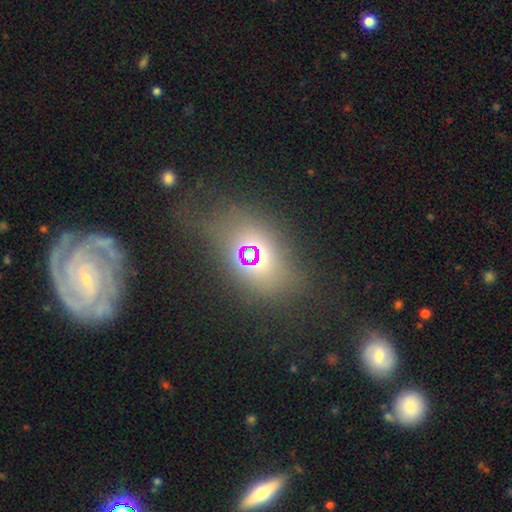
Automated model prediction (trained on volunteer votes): This appears to be a star or artifact, not a galaxy (49%).